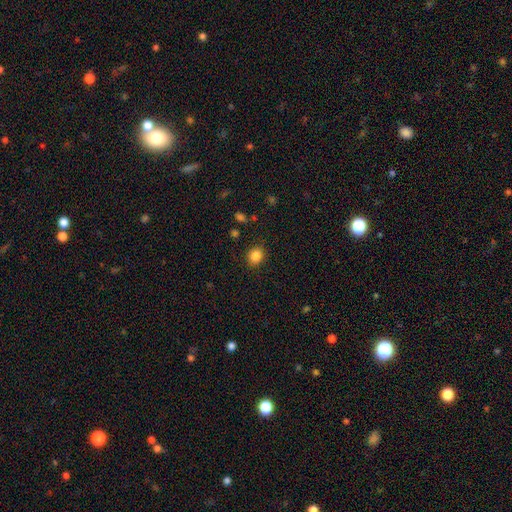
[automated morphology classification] Overall: smooth (85%). How rounded: round (72%). Merging: none (89%).